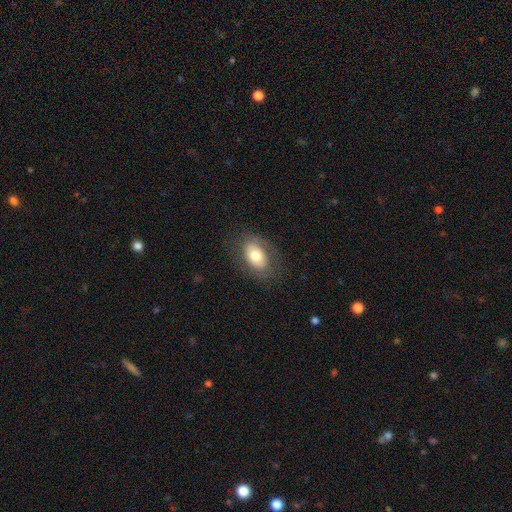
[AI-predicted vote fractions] smooth_or_featured: smooth (p=0.68) [alt: featured or disk p=0.24]
how_rounded: in between (p=0.85) [alt: round p=0.14]
merging: none (p=0.78) [alt: minor disturbance p=0.14]